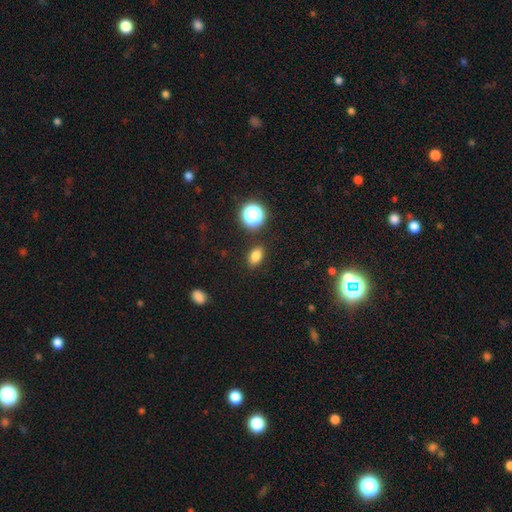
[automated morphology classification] type=smooth (80%); roundness=in between (79%); merging=none (85%).